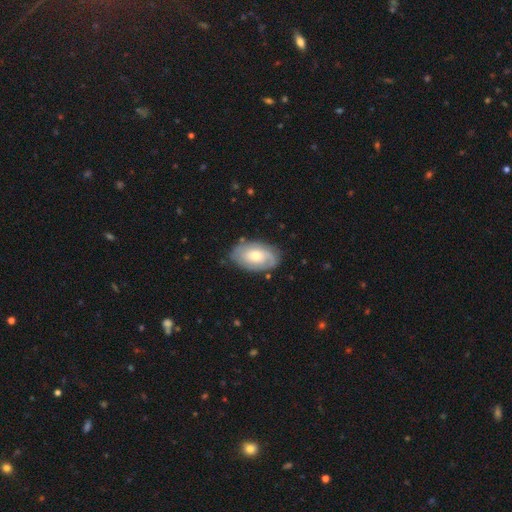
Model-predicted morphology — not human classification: A featured or disk galaxy (61%) with no bar (70%), spiral arms (80%) and a moderate central bulge (64%).

Vote fractions:
- Smooth or featured? featured or disk: 61% / smooth: 33% / star or artifact: 6%
- Edge-on disk? no: 94% / yes: 6%
- Bar? no: 70% / weak: 26% / strong: 5%
- Spiral arms? yes: 80% / no: 20%
- Bulge size? moderate: 64% / small: 28% / large: 5% / none: 1% / dominant: 1%
- Merging? none: 77% / minor disturbance: 18% / major disturbance: 4% / merger: 2%